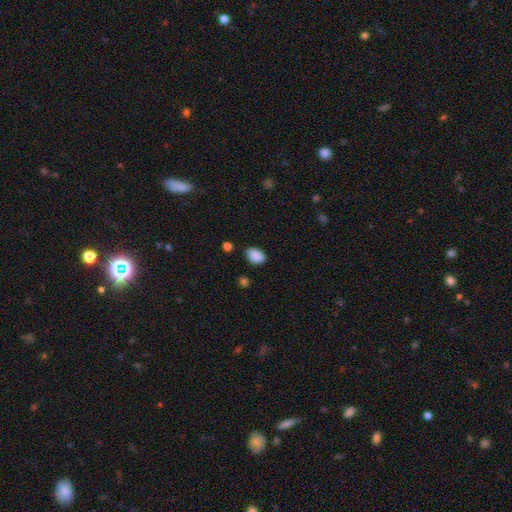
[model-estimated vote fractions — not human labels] smooth 89%, star or artifact 8%, featured or disk 3%. Down the decision tree: how rounded — in between (80%); merging — none (78%).